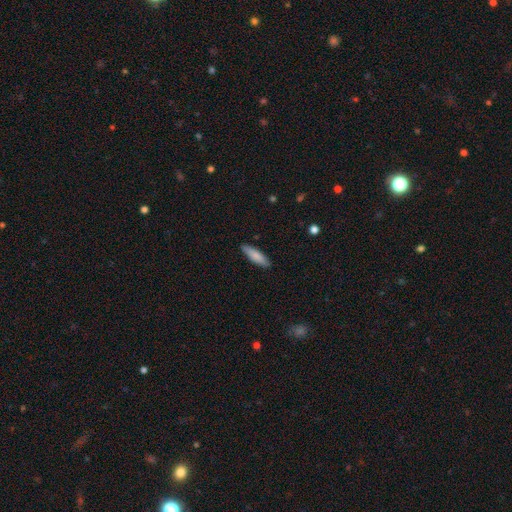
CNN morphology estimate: smooth 82%, featured or disk 13%, star or artifact 6%. Down the decision tree: how rounded — cigar-shaped (66%); merging — none (87%).